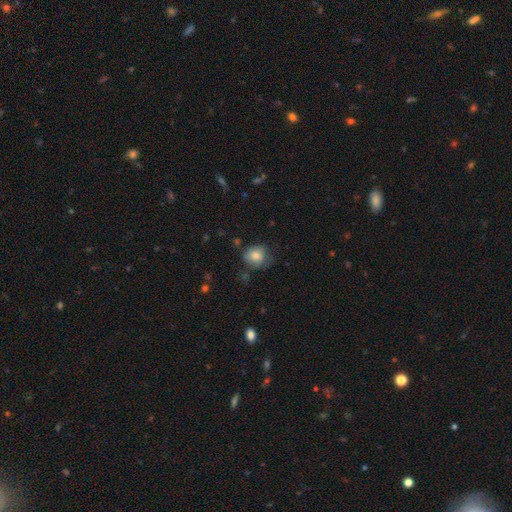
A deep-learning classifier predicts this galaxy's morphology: The model was most divided on "merging": none: 60%, minor disturbance: 27%, major disturbance: 10%, merger: 3%. More confident: smooth or featured — smooth (80%); how rounded — round (73%).